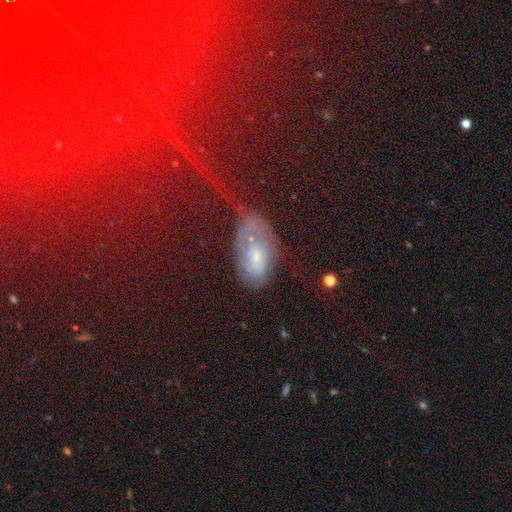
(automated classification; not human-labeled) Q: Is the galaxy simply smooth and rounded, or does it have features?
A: featured or disk — 39%.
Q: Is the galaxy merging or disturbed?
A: none — 57%.